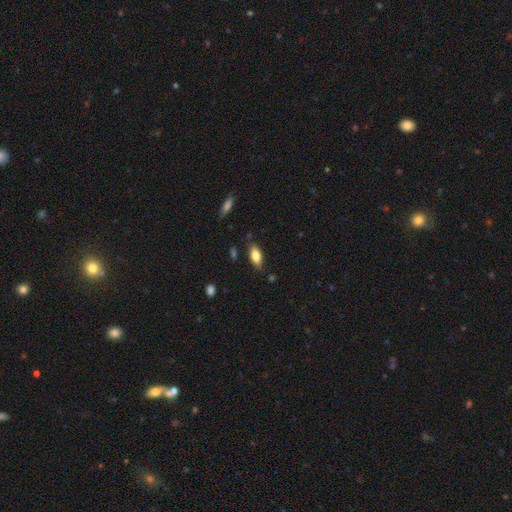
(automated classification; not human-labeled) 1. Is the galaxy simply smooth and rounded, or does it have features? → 81% smooth, 12% featured or disk, 7% star or artifact.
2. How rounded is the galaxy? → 86% in between, 11% cigar-shaped, 3% round.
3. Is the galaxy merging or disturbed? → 81% none, 14% minor disturbance, 3% major disturbance, 2% merger.